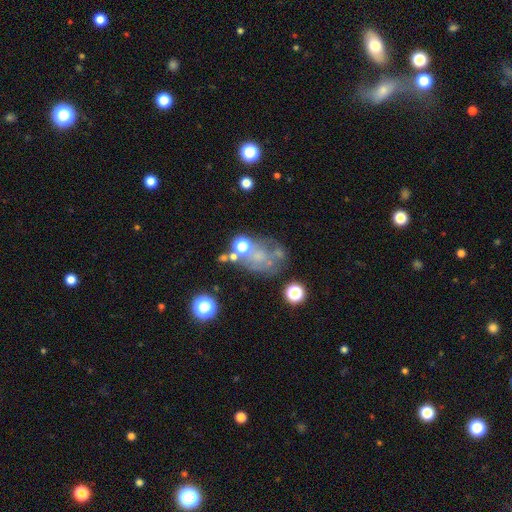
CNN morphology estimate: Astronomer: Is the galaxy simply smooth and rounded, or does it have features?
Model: featured or disk — 41% (runner-up: smooth, 34%).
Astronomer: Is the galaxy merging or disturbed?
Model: none — 41% (runner-up: major disturbance, 24%).